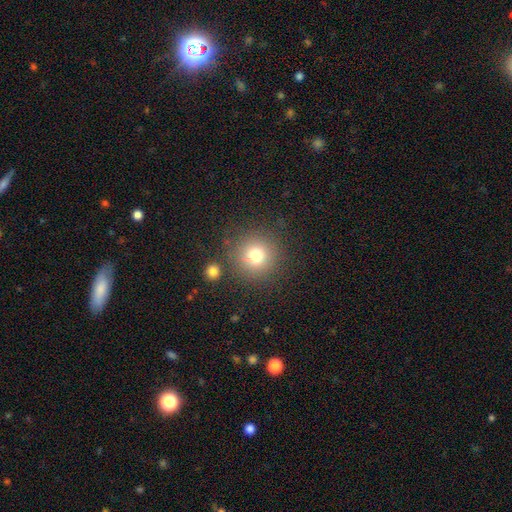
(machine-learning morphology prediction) A smooth galaxy with no disk features (77%) that is round (94%).

Vote fractions:
- Smooth or featured? smooth: 77% / star or artifact: 13% / featured or disk: 10%
- How rounded? round: 94% / in between: 5% / cigar-shaped: 1%
- Merging? none: 82% / minor disturbance: 9% / merger: 5% / major disturbance: 4%